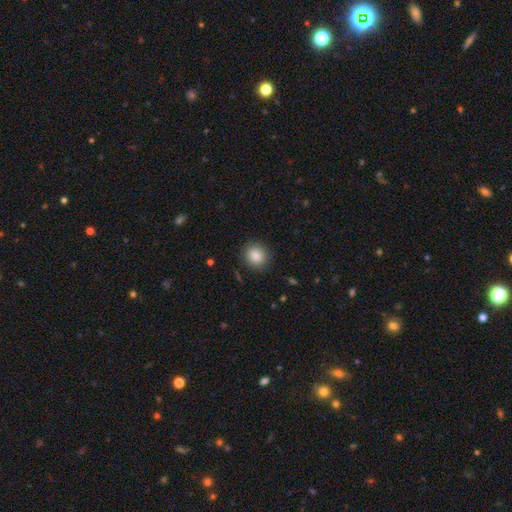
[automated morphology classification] smooth 87%, star or artifact 9%, featured or disk 5%. Down the decision tree: how rounded — round (82%); merging — none (88%).